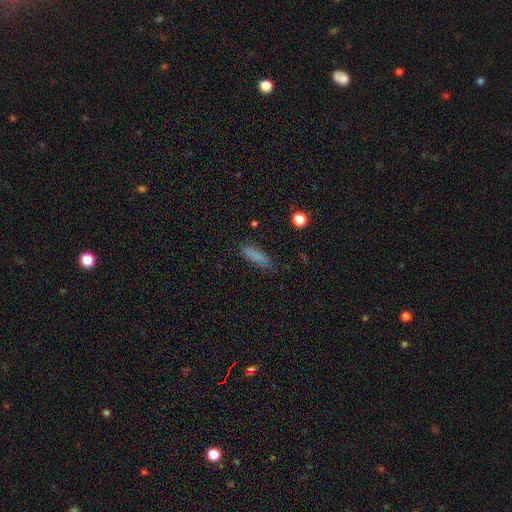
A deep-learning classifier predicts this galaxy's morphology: type=smooth (79%); roundness=cigar-shaped (64%); merging=none (75%).